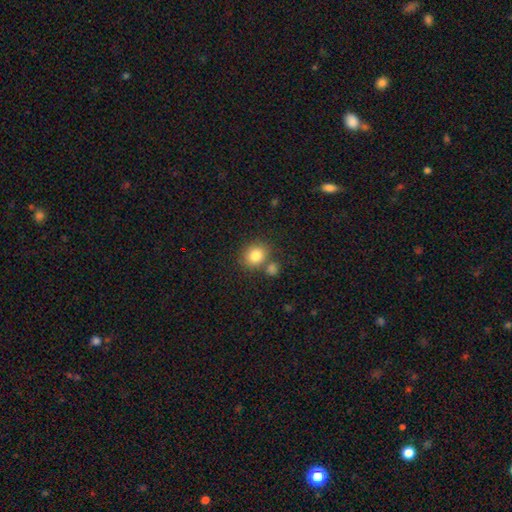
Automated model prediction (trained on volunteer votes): A smooth galaxy with no disk features (82%) that is round (74%). Merging: none (66%).